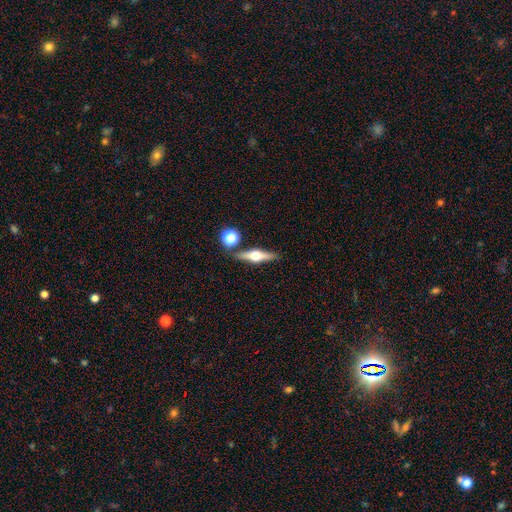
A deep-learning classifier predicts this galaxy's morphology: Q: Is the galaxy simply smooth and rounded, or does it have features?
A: featured or disk — 69%.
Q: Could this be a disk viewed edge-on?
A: yes — 96%.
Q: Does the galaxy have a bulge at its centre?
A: rounded — 95%.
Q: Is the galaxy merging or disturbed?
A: none — 84%.